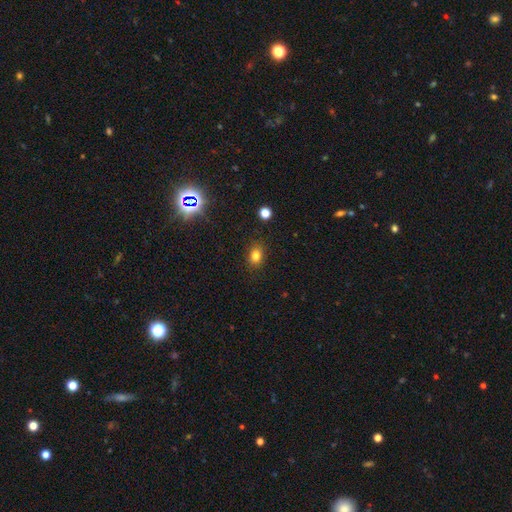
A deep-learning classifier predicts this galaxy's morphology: Smooth or featured: smooth — 79% (star or artifact — 15%)
How rounded: in between — 58% (round — 40%)
Merging: none — 87% (minor disturbance — 9%)